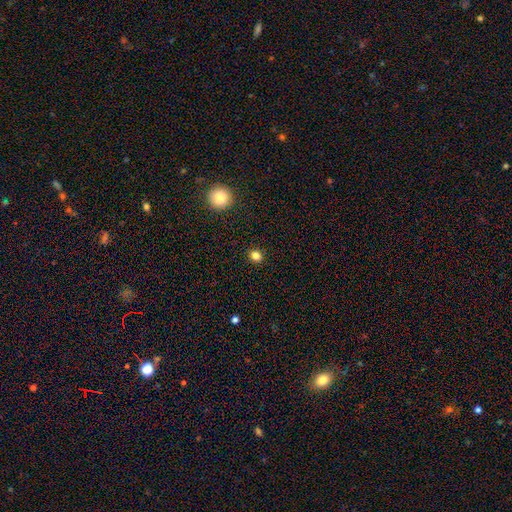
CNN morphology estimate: Smooth or featured? Predicted: smooth (p=0.83). How rounded? Predicted: round (p=0.70). Merging? Predicted: none (p=0.91).